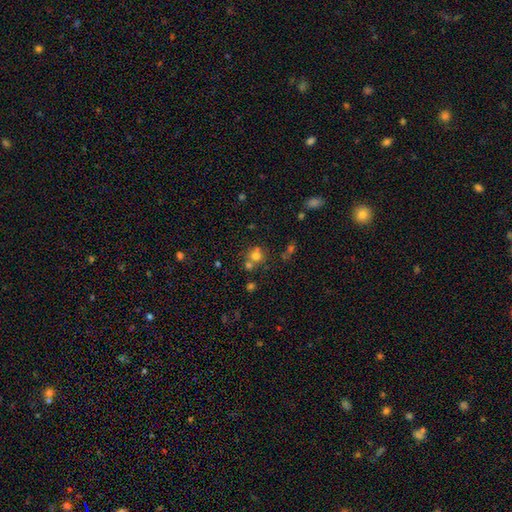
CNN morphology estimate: Smooth or featured? smooth (69%)
How rounded? round (85%)
Merging? none (51%)